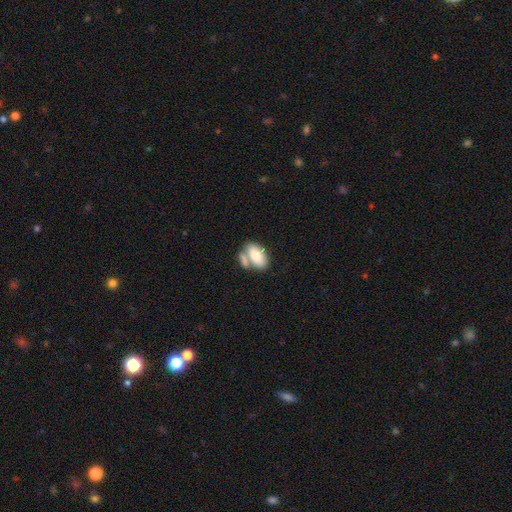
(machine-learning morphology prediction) Smooth or featured?
  - smooth: 80% *
  - featured or disk: 14%
  - star or artifact: 6%
How rounded?
  - in between: 93% *
  - round: 5%
  - cigar-shaped: 2%
Merging?
  - merger: 44% *
  - none: 37%
  - minor disturbance: 13%
  - major disturbance: 6%